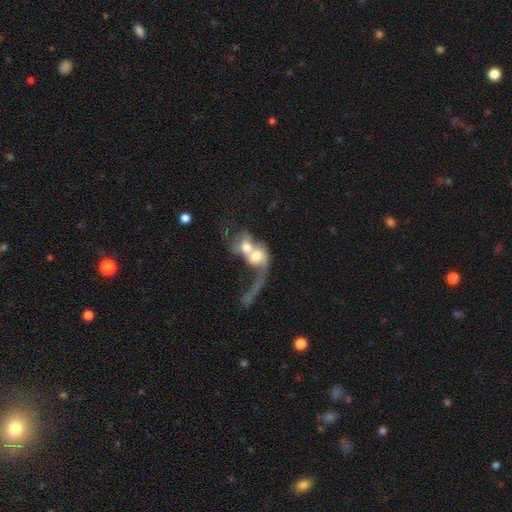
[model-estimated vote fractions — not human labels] Smooth or featured? featured or disk (51%)
Edge-on disk? no (94%)
Merging? merger (79%)